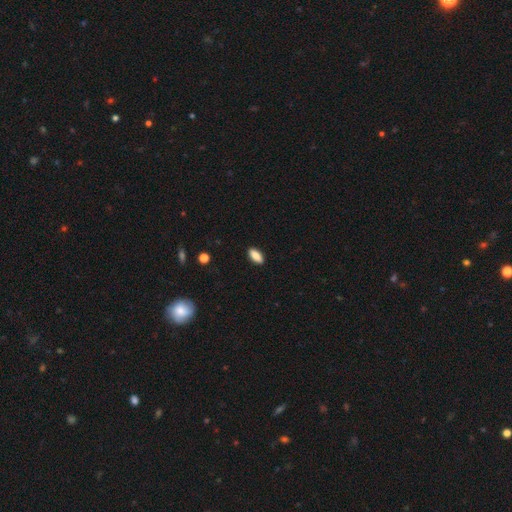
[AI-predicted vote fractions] The model was most divided on "how rounded": in between: 82%, cigar-shaped: 16%, round: 2%. More confident: merging — none (90%); smooth or featured — smooth (87%).